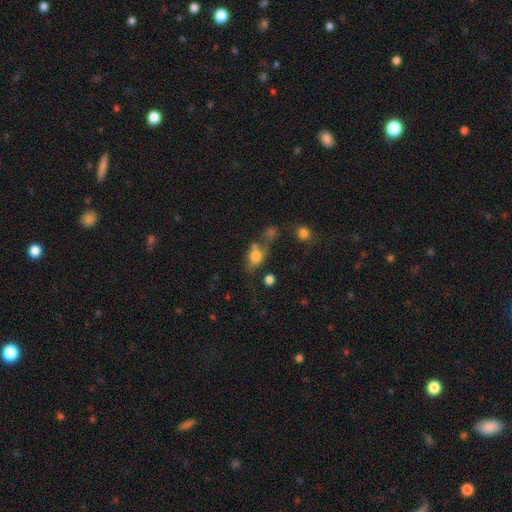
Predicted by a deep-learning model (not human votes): Smooth or featured? smooth (69%)
How rounded? in between (69%)
Merging? none (38%)